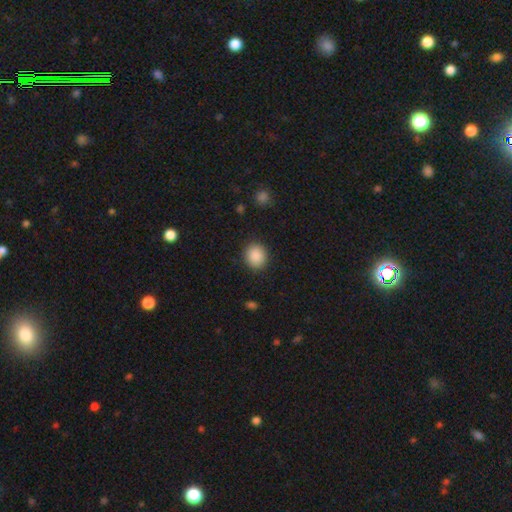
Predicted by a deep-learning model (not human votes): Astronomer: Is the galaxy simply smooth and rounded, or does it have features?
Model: smooth — 89%.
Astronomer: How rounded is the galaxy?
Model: round — 75%.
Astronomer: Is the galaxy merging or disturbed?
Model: none — 89%.